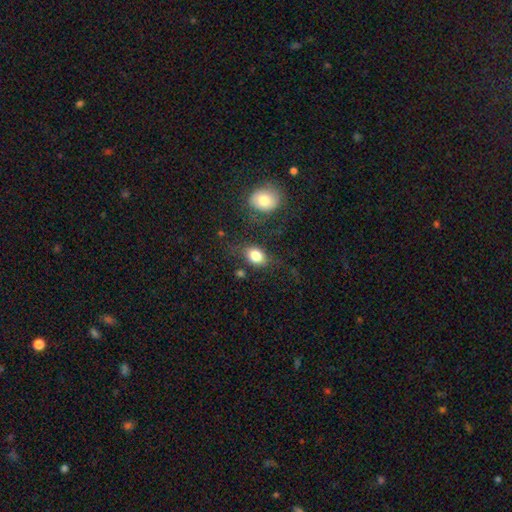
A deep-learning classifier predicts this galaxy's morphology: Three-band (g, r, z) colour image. It shows a smooth galaxy with no disk features (80%) that is in between round and cigar-shaped (73%). Merging: none (70%).